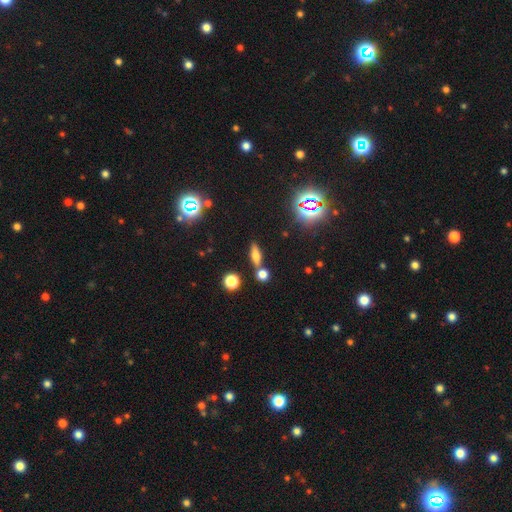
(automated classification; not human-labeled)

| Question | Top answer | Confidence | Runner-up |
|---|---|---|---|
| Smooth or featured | smooth | 54% | featured or disk (26%) |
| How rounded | in between | 47% | cigar-shaped (42%) |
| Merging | none | 68% | merger (18%) |